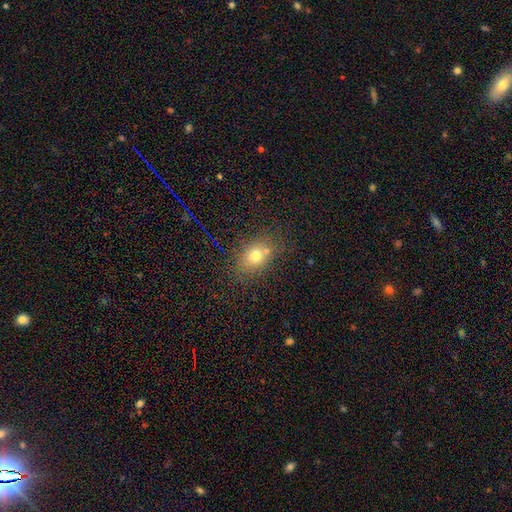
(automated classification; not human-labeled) Smooth or featured? smooth (71%)
How rounded? in between (64%)
Merging? none (69%)